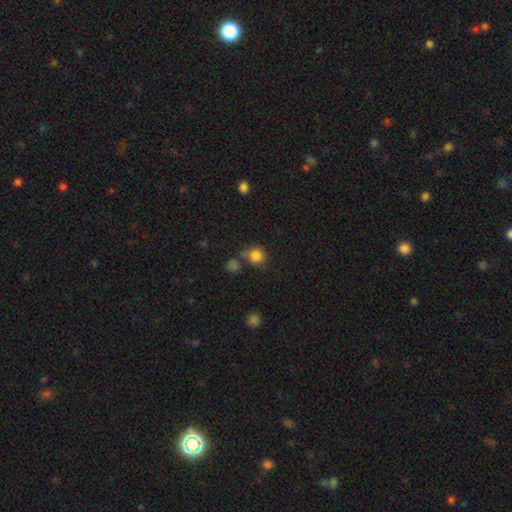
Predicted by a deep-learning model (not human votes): smooth_or_featured: smooth (p=0.83) [alt: star or artifact p=0.12]
how_rounded: round (p=0.86) [alt: in between p=0.13]
merging: none (p=0.63) [alt: merger p=0.16]